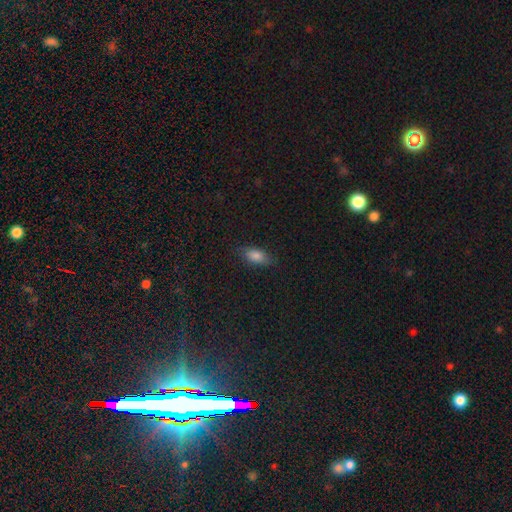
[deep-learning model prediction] This is clearly a smooth galaxy (82%). How rounded: clearly in between (86%). Merging: clearly none (80%).